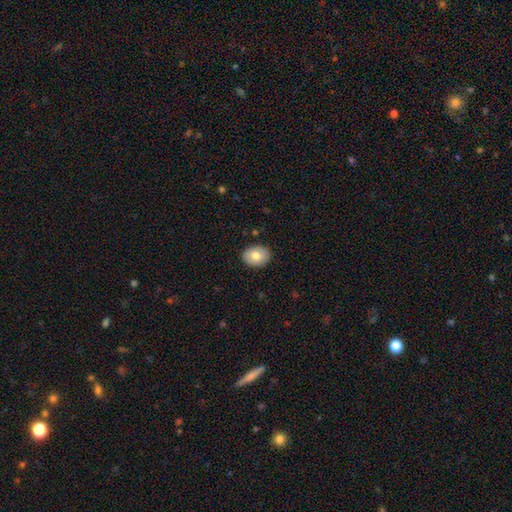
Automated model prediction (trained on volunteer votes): Overall: smooth (75%). How rounded: in between (64%; round 35%). Merging: none (89%).